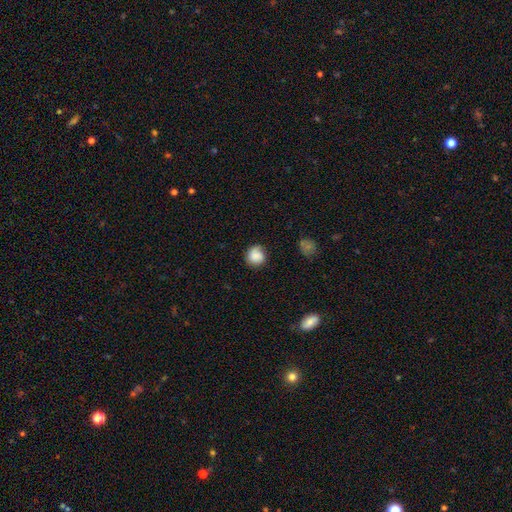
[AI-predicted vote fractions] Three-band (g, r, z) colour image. It shows a smooth galaxy with no disk features (82%) that is round (87%). Merging: none (71%).